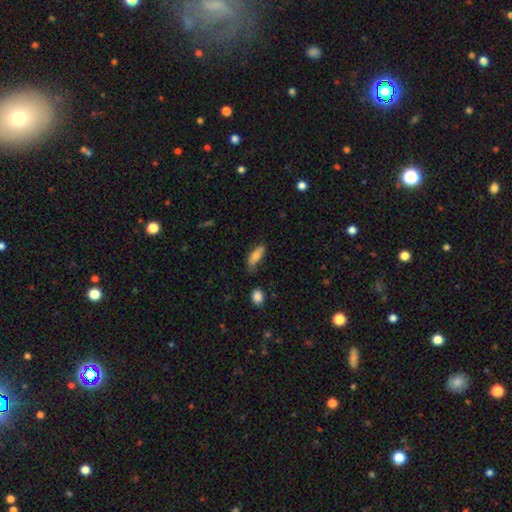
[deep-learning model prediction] Smooth or featured? smooth (76%)
How rounded? in between (66%)
Merging? none (66%)